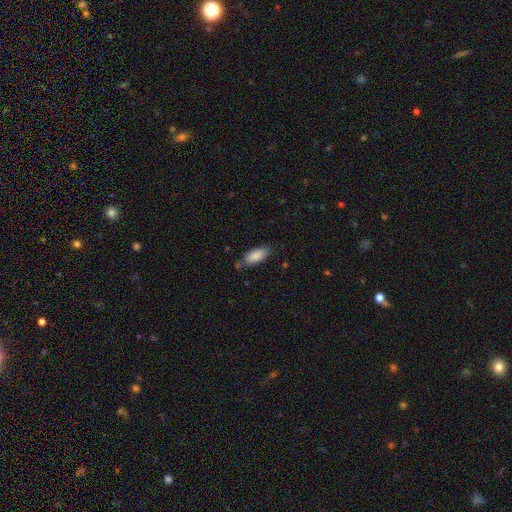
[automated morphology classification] Smooth or featured? smooth (87%)
How rounded? in between (79%)
Merging? none (72%)